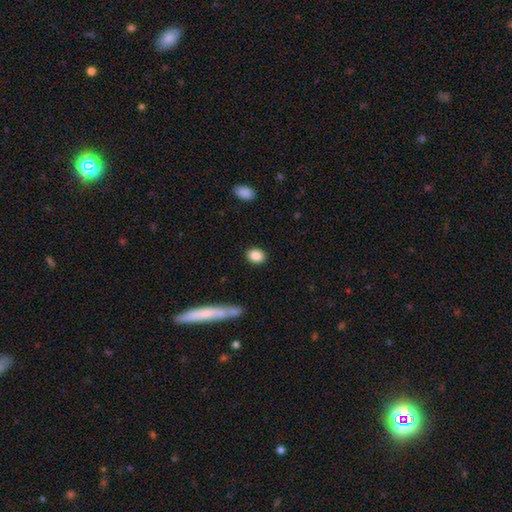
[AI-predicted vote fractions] Q: Smooth or featured?
A: smooth (87%); runner-up: star or artifact (8%)
Q: How rounded?
A: in between (54%); runner-up: round (44%)
Q: Merging?
A: none (88%); runner-up: minor disturbance (8%)